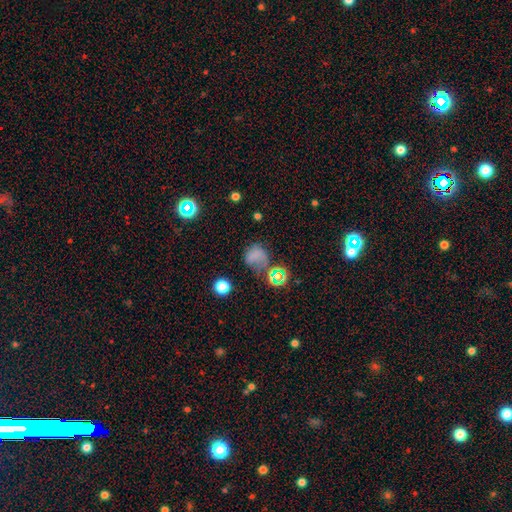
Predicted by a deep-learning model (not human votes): Overall: smooth (57%; star or artifact 27%). How rounded: round (60%; in between 39%). Merging: none (35%; major disturbance 29%).